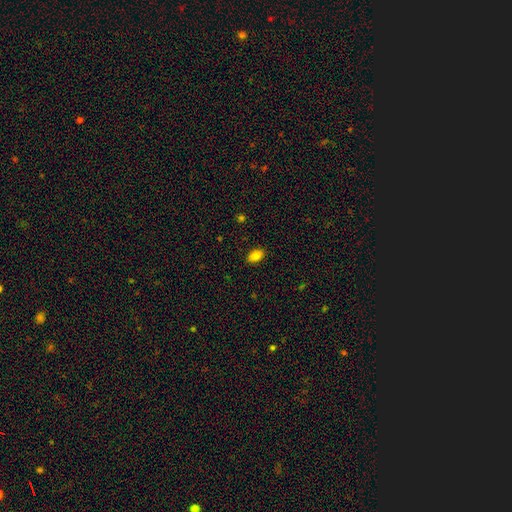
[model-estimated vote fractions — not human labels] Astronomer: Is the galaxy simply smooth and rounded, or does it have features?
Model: smooth — 84%.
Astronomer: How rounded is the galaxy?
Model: in between — 89%.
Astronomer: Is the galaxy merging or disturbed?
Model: none — 88%.